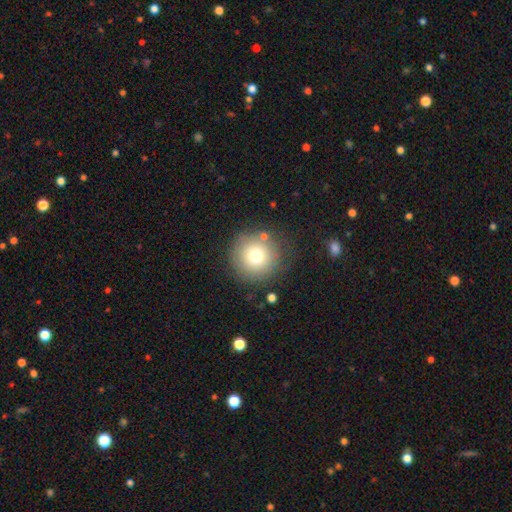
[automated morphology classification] Smooth or featured? smooth (73%)
How rounded? round (95%)
Merging? none (81%)